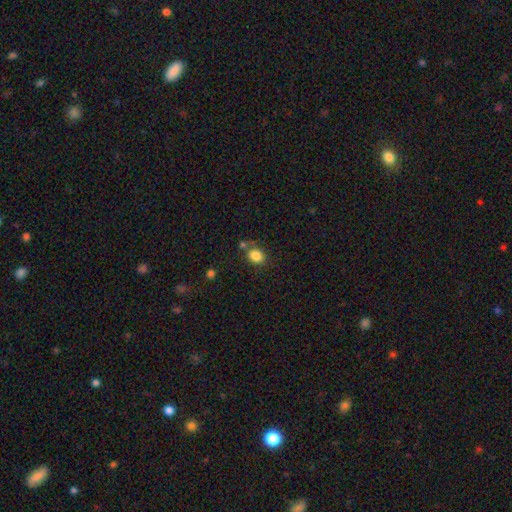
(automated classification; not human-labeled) Smooth or featured: smooth — 84% (star or artifact — 10%)
How rounded: in between — 51% (round — 48%)
Merging: none — 65% (minor disturbance — 15%)